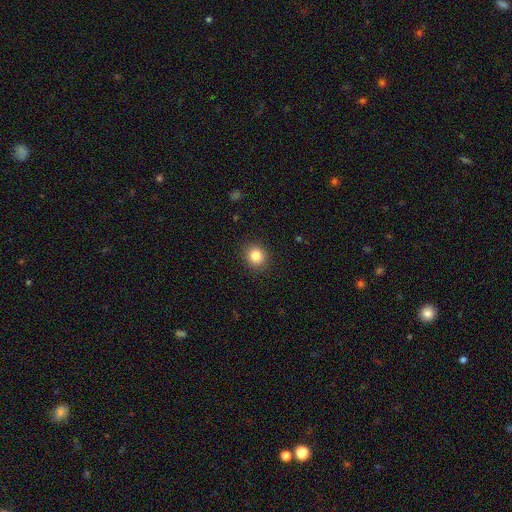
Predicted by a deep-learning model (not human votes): smooth 84%, star or artifact 11%, featured or disk 6%. Down the decision tree: how rounded — round (80%); merging — none (90%).